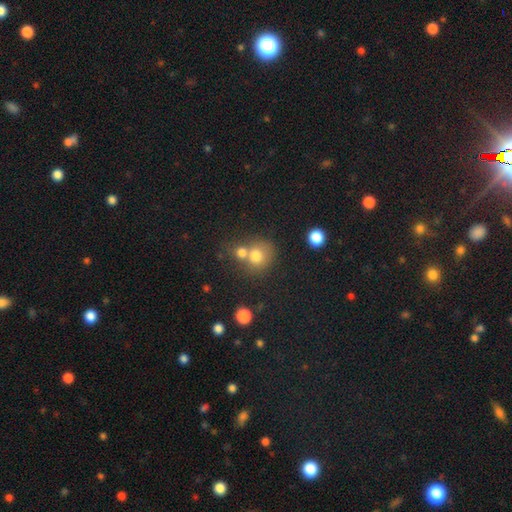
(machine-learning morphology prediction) smooth-or-featured: smooth: 75% | featured or disk: 13% | star or artifact: 12%
  how-rounded: round: 79% | in between: 20% | cigar-shaped: 1%
  merging: merger: 47% | none: 40% | minor disturbance: 8% | major disturbance: 4%